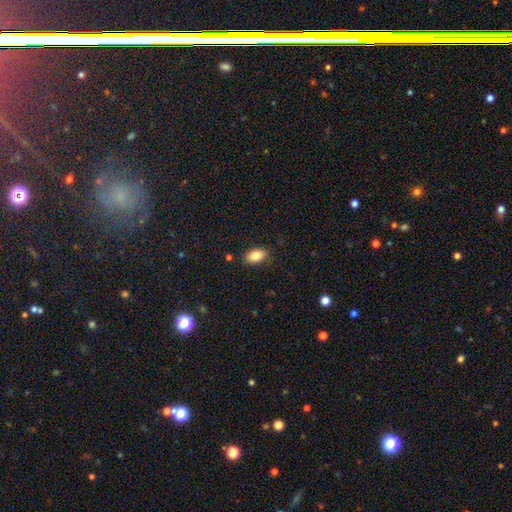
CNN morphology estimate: Smooth or featured?
  - smooth: 83% *
  - featured or disk: 9%
  - star or artifact: 8%
How rounded?
  - in between: 91% *
  - round: 6%
  - cigar-shaped: 3%
Merging?
  - none: 85% *
  - minor disturbance: 11%
  - major disturbance: 2%
  - merger: 2%